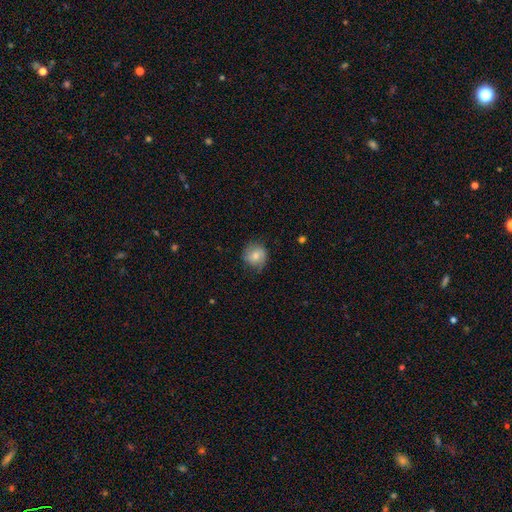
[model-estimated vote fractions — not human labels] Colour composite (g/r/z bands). It shows a smooth galaxy with no disk features (67%) that is round (83%). Merging: none (73%).